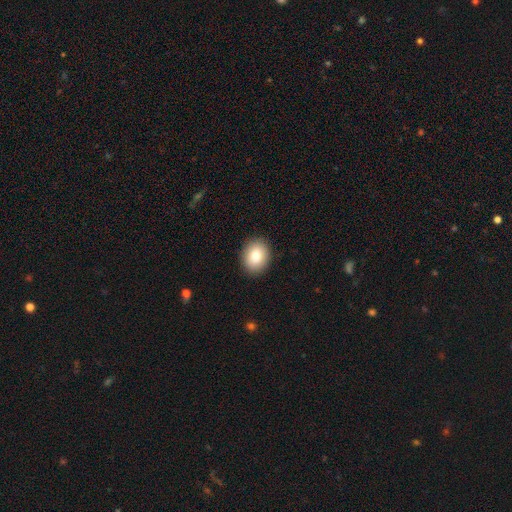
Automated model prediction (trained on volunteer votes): This appears to be a smooth galaxy with no disk features (83%) that is in between round and cigar-shaped (52%). Merging: none (90%).